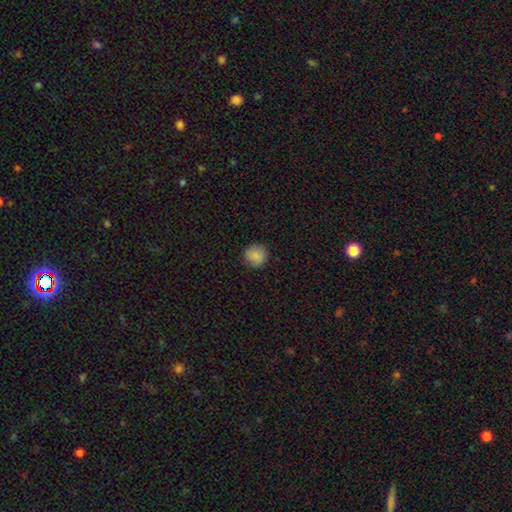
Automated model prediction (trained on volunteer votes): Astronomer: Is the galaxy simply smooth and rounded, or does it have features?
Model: smooth — 87%.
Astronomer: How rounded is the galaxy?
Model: round — 93%.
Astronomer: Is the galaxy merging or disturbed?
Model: none — 90%.